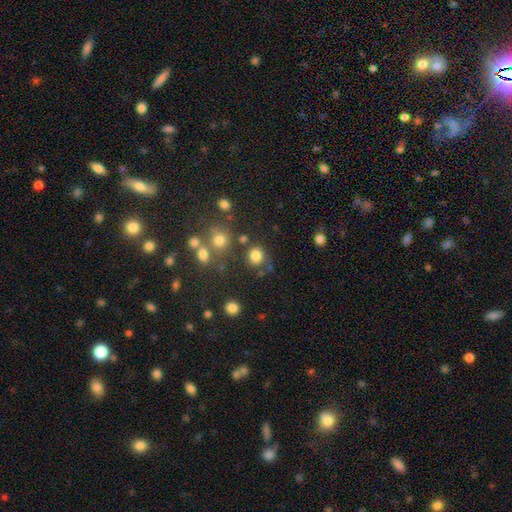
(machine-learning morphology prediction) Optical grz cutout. It shows a smooth galaxy with no disk features (80%) that is round (82%). Merging: none (72%).